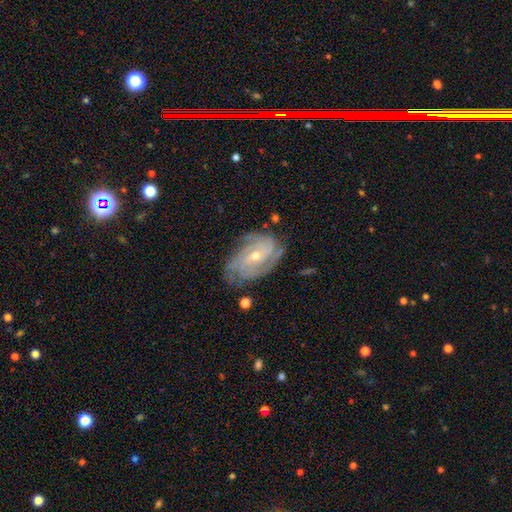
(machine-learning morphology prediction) Smooth or featured: featured or disk — 88% (star or artifact — 6%)
Edge-on disk: no — 97% (yes — 3%)
Bar: no — 53% (weak — 35%)
Spiral arms: yes — 97% (no — 3%)
Spiral winding: tight — 69% (medium — 26%)
Spiral arm count: 3 — 26% (4 — 25%)
Bulge size: small — 62% (moderate — 36%)
Merging: none — 74% (minor disturbance — 19%)